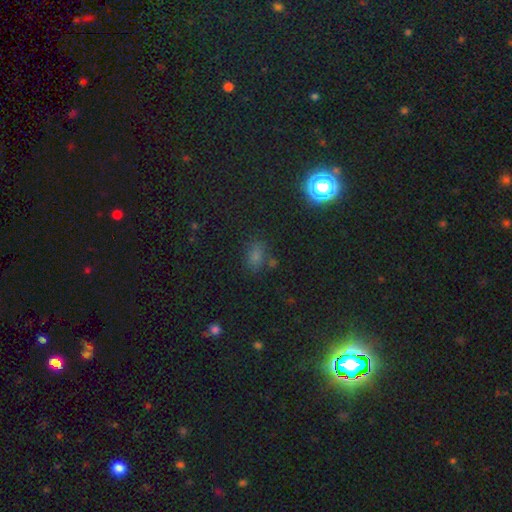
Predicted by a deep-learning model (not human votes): A smooth galaxy with no disk features (57%) that is in between round and cigar-shaped (64%). Merging: none (74%).